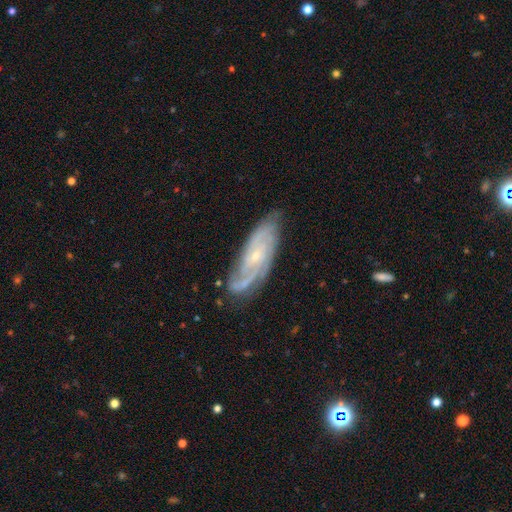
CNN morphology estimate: Smooth or featured? Predicted: featured or disk (p=0.84). Edge-on disk? Predicted: no (p=0.90). Bar? Predicted: no (p=0.66). Spiral arms? Predicted: yes (p=0.96). Spiral winding? Predicted: tight (p=0.51). Spiral arm count? Predicted: 2 (p=0.32). Bulge size? Predicted: small (p=0.77). Merging? Predicted: none (p=0.73).